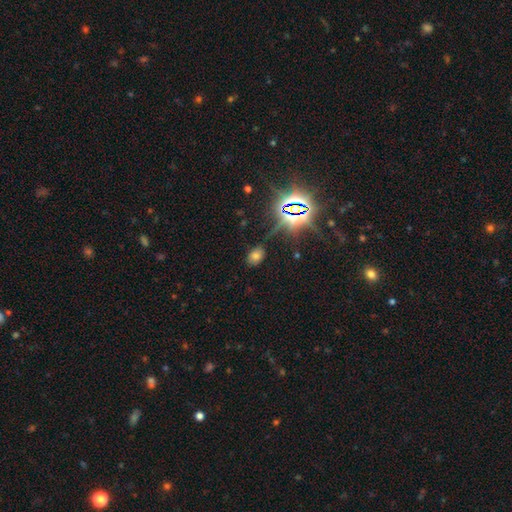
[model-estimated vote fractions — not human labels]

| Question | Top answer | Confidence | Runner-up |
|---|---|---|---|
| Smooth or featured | smooth | 62% | star or artifact (30%) |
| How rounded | in between | 79% | round (19%) |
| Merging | none | 79% | minor disturbance (14%) |